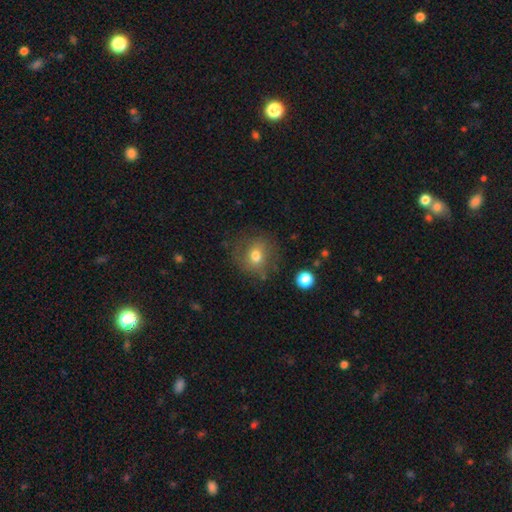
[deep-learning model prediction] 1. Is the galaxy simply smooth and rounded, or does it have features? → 70% smooth, 19% featured or disk, 11% star or artifact.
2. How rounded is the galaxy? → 72% round, 27% in between, 1% cigar-shaped.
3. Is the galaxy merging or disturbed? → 67% none, 19% minor disturbance, 10% major disturbance, 3% merger.